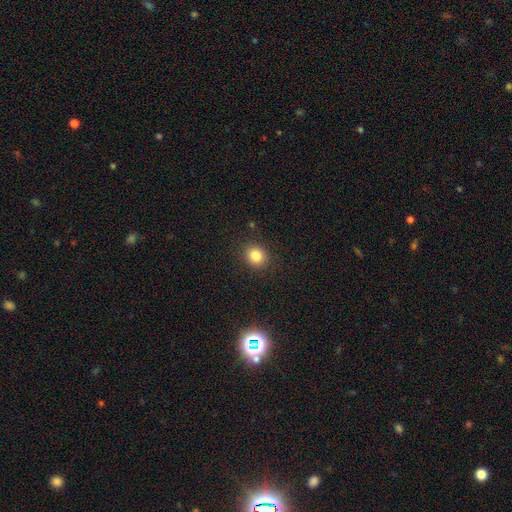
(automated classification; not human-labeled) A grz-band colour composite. It shows a smooth galaxy with no disk features (82%) that is round (76%). Merging: none (89%).